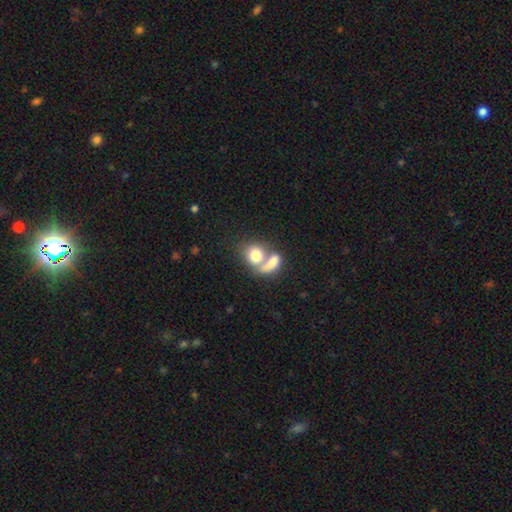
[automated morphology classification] This appears to be a smooth galaxy with no disk features (76%) that is round (50%). Merging: merger (61%).